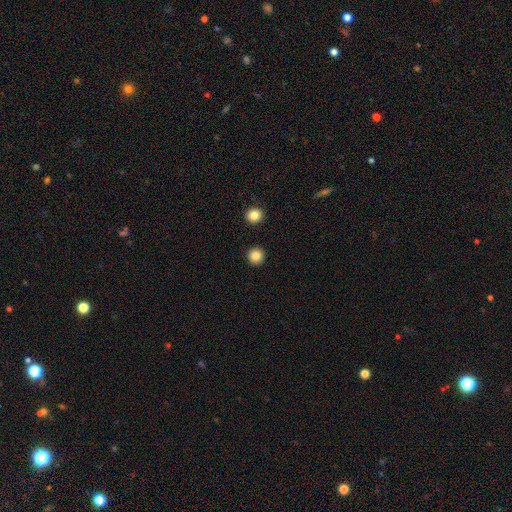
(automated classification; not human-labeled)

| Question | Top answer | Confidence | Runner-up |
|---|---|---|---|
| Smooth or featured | smooth | 85% | star or artifact (10%) |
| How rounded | round | 95% | in between (4%) |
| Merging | none | 93% | minor disturbance (4%) |